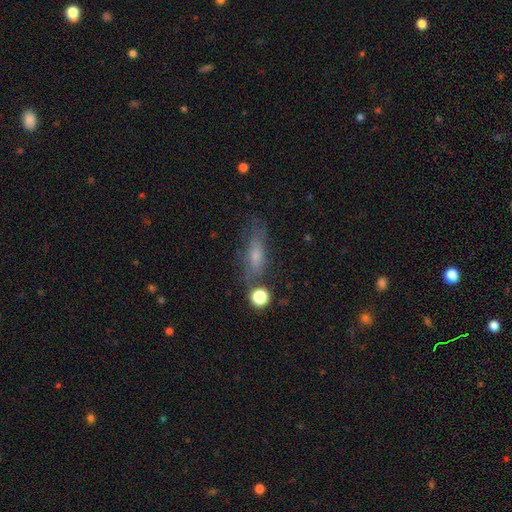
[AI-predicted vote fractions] Overall: smooth (50%; featured or disk 34%). Merging: none (62%).